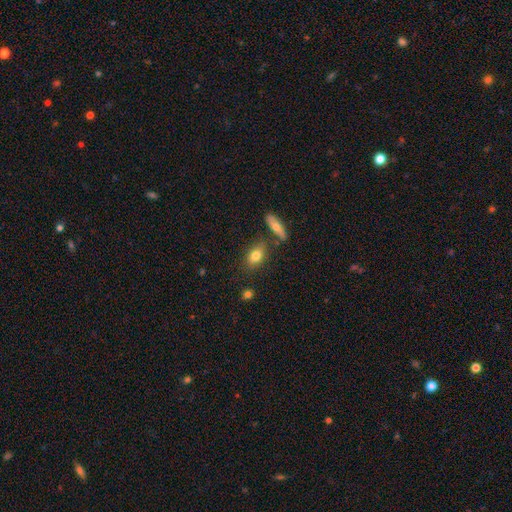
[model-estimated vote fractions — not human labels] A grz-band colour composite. It shows a smooth galaxy with no disk features (77%) that is in between round and cigar-shaped (79%). Merging: none (72%).